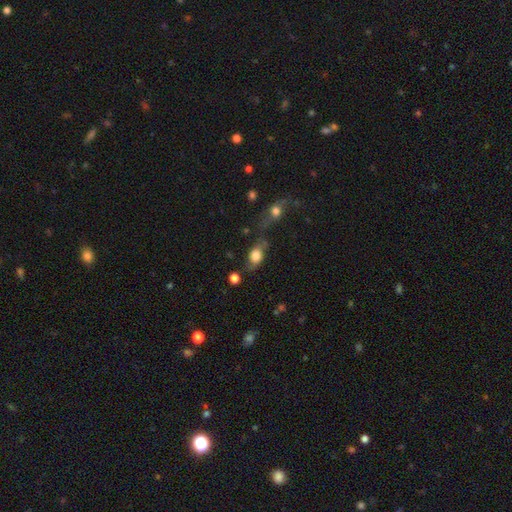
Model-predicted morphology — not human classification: This is likely a smooth galaxy (75%). How rounded: likely in between (70%). Merging: possibly none (47%).